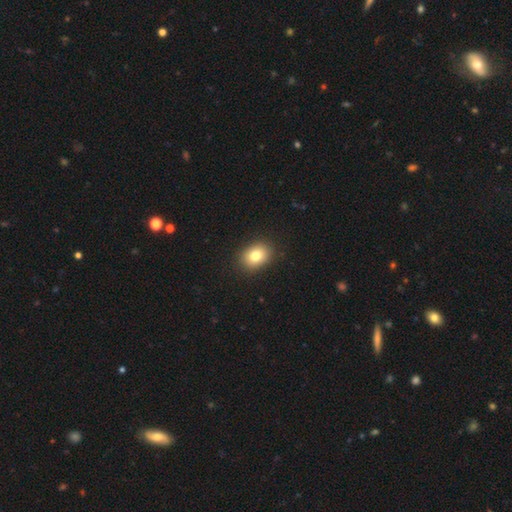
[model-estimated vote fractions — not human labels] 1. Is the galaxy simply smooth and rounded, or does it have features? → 81% smooth, 10% featured or disk, 10% star or artifact.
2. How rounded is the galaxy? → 62% in between, 37% round, 1% cigar-shaped.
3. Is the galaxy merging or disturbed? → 89% none, 8% minor disturbance, 2% major disturbance, 1% merger.